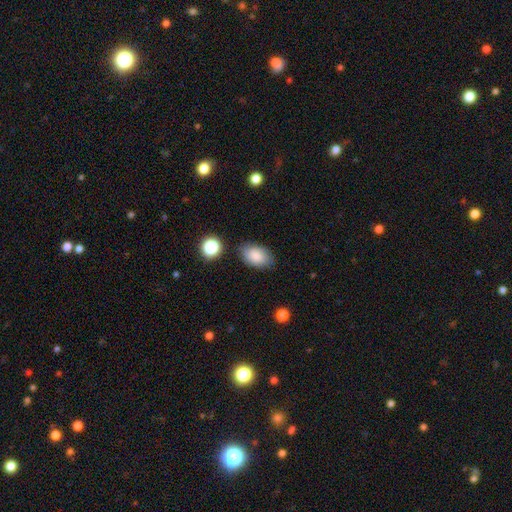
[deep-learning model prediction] The model was most divided on "merging": none: 80%, minor disturbance: 14%, major disturbance: 3%, merger: 3%. More confident: how rounded — in between (90%); smooth or featured — smooth (86%).